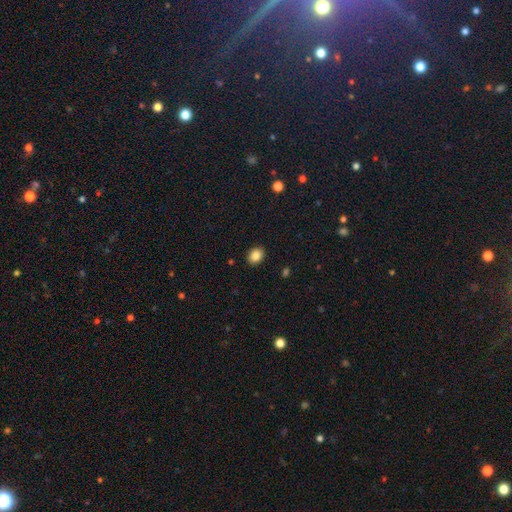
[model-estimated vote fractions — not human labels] Smooth or featured?
  - smooth: 85% *
  - star or artifact: 9%
  - featured or disk: 5%
How rounded?
  - in between: 59% *
  - round: 40%
  - cigar-shaped: 1%
Merging?
  - none: 90% *
  - minor disturbance: 7%
  - major disturbance: 2%
  - merger: 1%